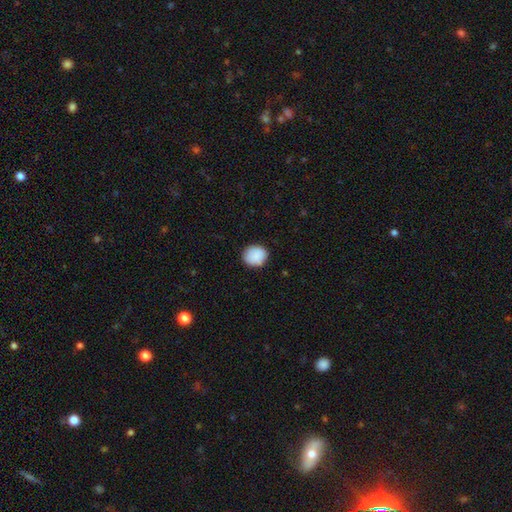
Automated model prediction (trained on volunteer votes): Smooth or featured: smooth — 89% (star or artifact — 7%)
How rounded: round — 77% (in between — 22%)
Merging: none — 85% (minor disturbance — 12%)